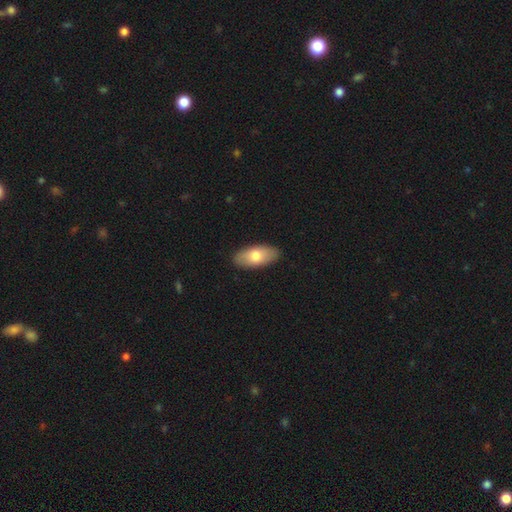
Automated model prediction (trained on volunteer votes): Smooth or featured? smooth (75%)
How rounded? in between (91%)
Merging? none (89%)